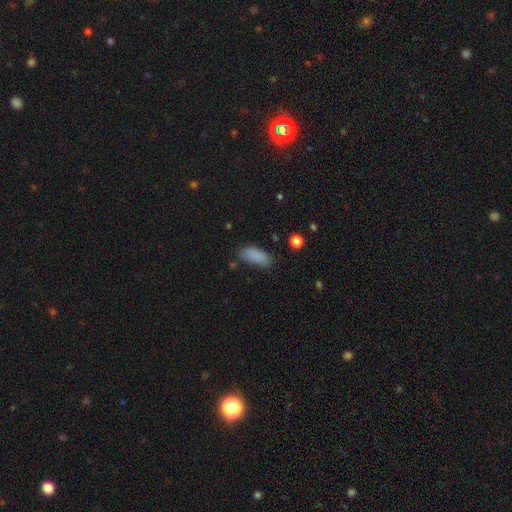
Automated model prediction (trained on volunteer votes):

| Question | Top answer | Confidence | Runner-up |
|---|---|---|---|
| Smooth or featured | smooth | 86% | star or artifact (9%) |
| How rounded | in between | 84% | cigar-shaped (14%) |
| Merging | none | 70% | minor disturbance (21%) |